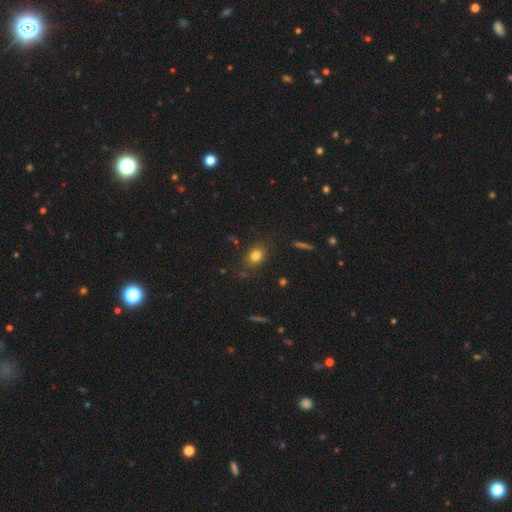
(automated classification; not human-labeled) Morphology: type=smooth (80%); roundness=in between (63%); merging=none (81%).